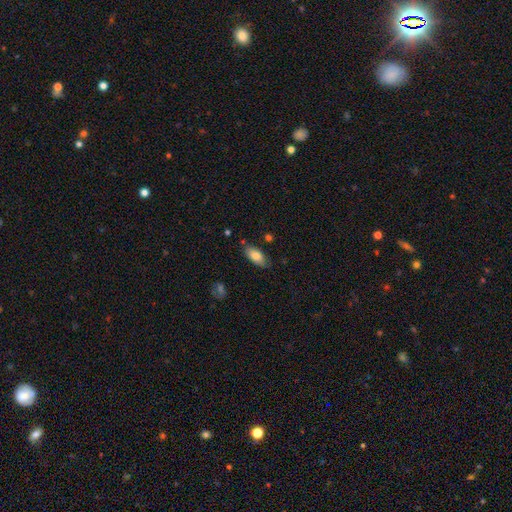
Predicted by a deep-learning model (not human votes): The model was most divided on "merging": none: 76%, minor disturbance: 17%, major disturbance: 4%, merger: 3%. More confident: how rounded — in between (89%); smooth or featured — smooth (80%).